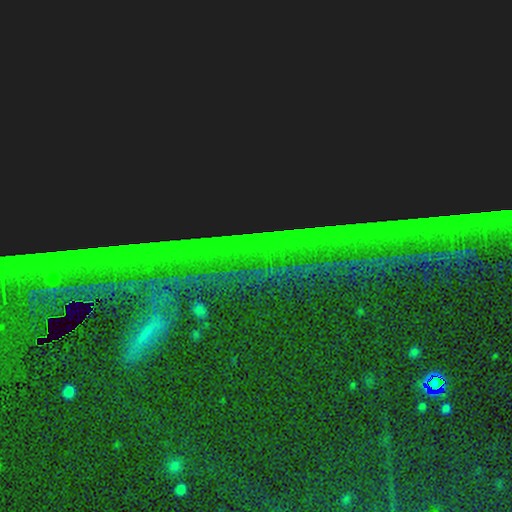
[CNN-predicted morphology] Smooth or featured? star or artifact (87%)